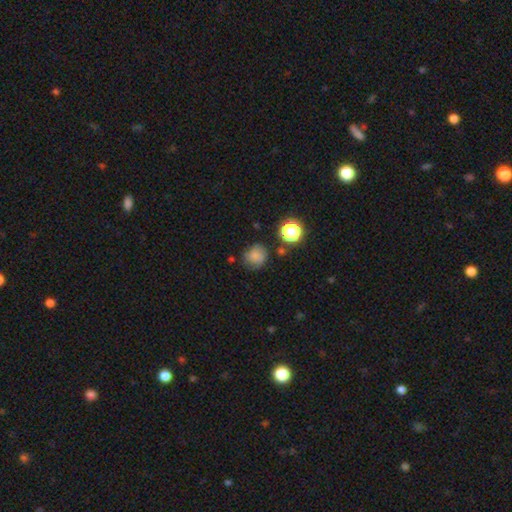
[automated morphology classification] This appears to be a smooth galaxy with no disk features (76%) that is round (82%). Merging: none (67%).